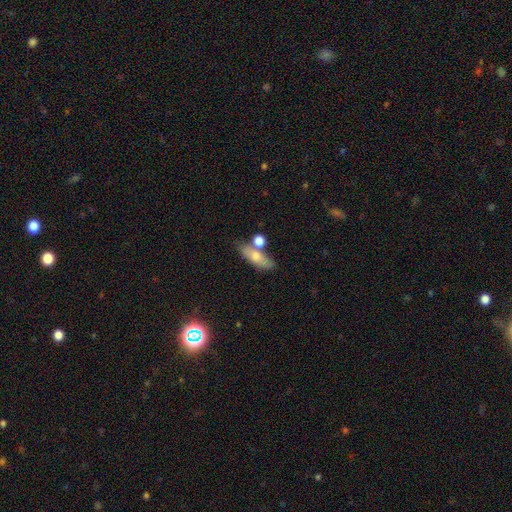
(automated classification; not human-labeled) Q: Smooth or featured?
A: smooth (64%); runner-up: featured or disk (27%)
Q: How rounded?
A: in between (60%); runner-up: cigar-shaped (34%)
Q: Merging?
A: none (58%); runner-up: merger (22%)